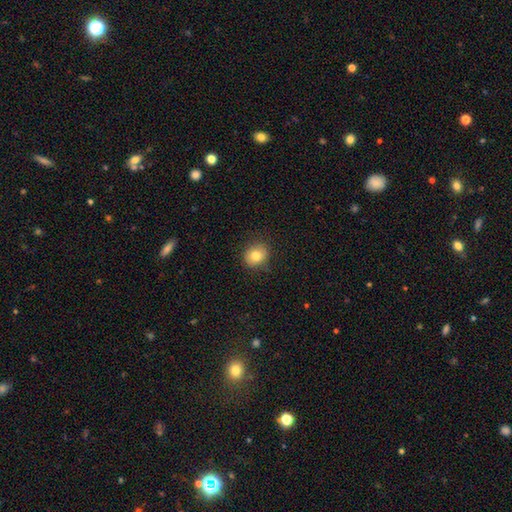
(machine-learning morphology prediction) This is clearly a smooth galaxy (80%). How rounded: likely round (72%). Merging: clearly none (84%).